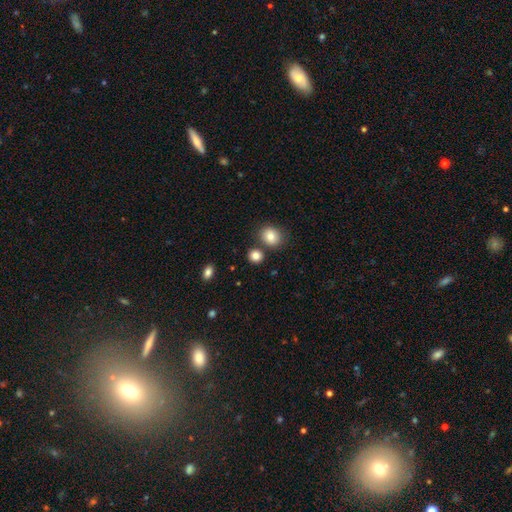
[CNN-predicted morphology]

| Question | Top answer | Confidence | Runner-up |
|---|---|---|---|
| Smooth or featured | smooth | 83% | star or artifact (11%) |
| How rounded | round | 79% | in between (20%) |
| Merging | none | 76% | merger (13%) |